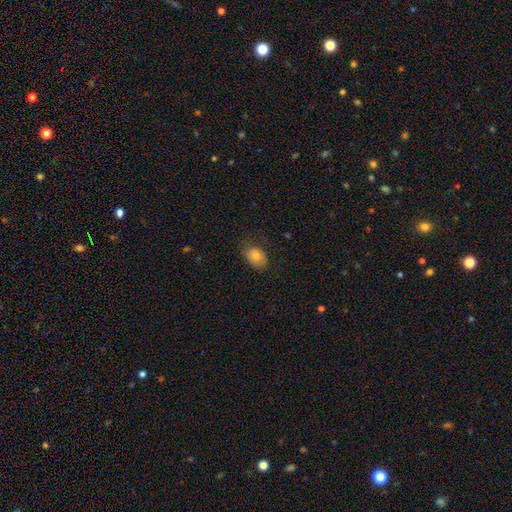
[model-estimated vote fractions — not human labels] smooth-or-featured: smooth: 78% | featured or disk: 13% | star or artifact: 10%
  how-rounded: in between: 77% | round: 22% | cigar-shaped: 1%
  merging: none: 72% | minor disturbance: 22% | major disturbance: 5% | merger: 1%